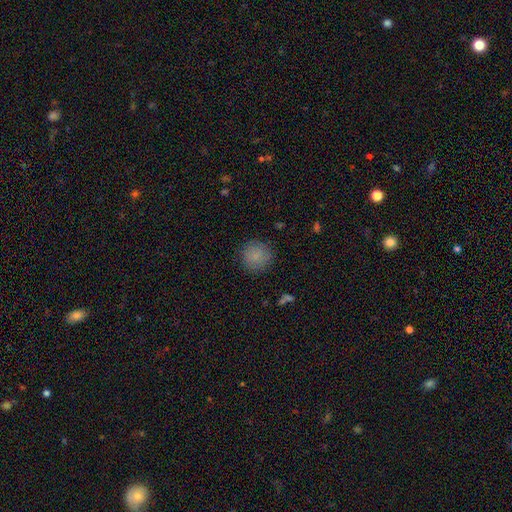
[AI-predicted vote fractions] The model was most divided on "smooth or featured": smooth: 85%, star or artifact: 9%, featured or disk: 6%. More confident: how rounded — round (92%); merging — none (86%).